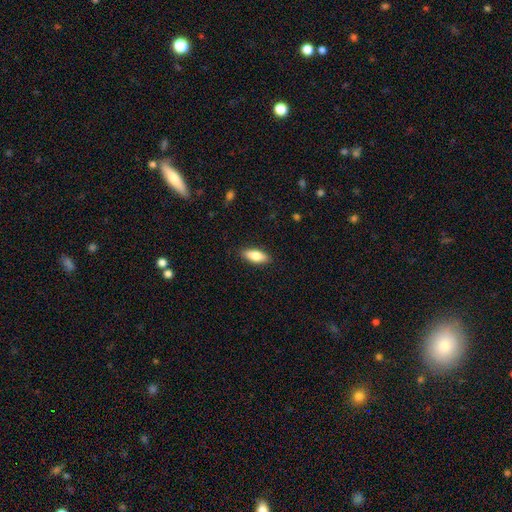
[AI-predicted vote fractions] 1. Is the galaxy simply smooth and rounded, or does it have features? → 79% smooth, 15% featured or disk, 6% star or artifact.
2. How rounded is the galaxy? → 76% in between, 22% cigar-shaped, 2% round.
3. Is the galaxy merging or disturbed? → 88% none, 9% minor disturbance, 2% major disturbance, 1% merger.